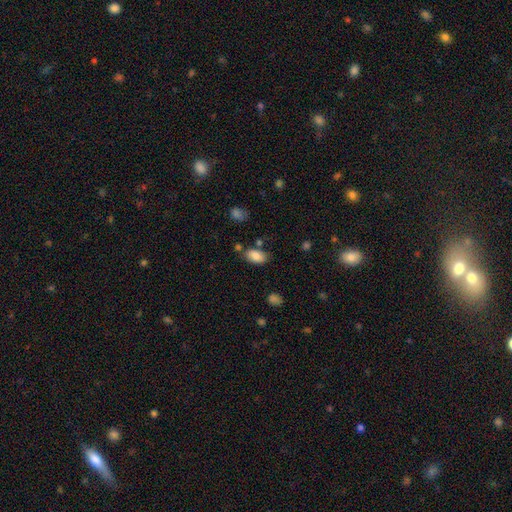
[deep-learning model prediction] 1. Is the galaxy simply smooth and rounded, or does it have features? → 86% smooth, 8% star or artifact, 6% featured or disk.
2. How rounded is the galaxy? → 93% in between, 5% round, 2% cigar-shaped.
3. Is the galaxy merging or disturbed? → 73% none, 16% minor disturbance, 7% merger, 4% major disturbance.